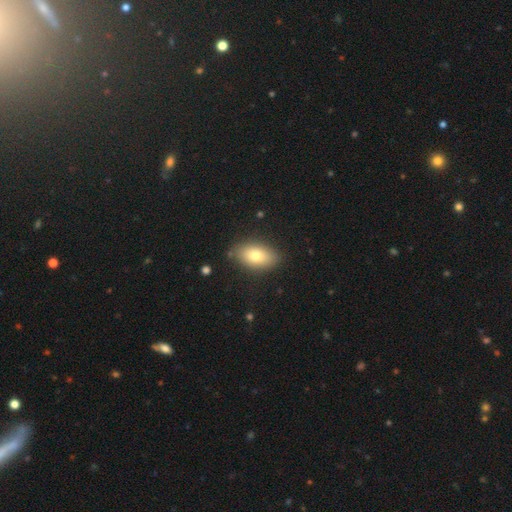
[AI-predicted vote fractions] Smooth or featured? Predicted: smooth (p=0.76). How rounded? Predicted: in between (p=0.90). Merging? Predicted: none (p=0.85).